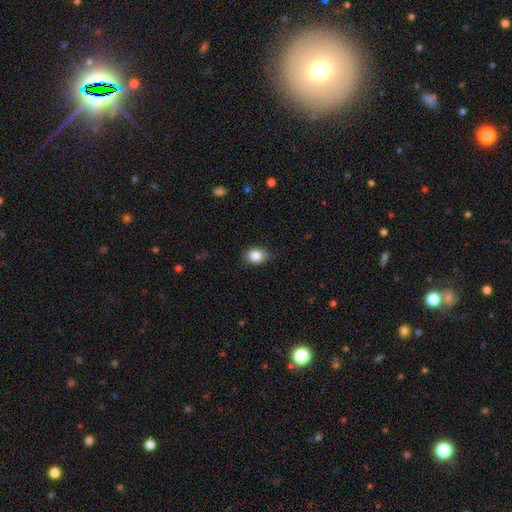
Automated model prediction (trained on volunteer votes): This appears to be a smooth galaxy with no disk features (85%) that is in between round and cigar-shaped (60%). Merging: none (81%).